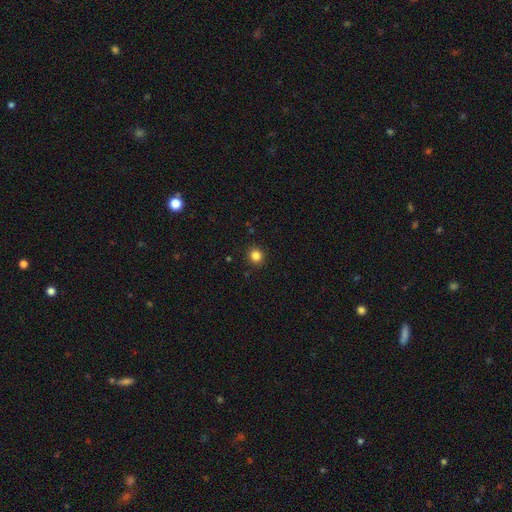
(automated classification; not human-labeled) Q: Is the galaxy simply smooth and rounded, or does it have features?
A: smooth — 84%.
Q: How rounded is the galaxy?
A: round — 90%.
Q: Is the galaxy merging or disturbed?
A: none — 92%.